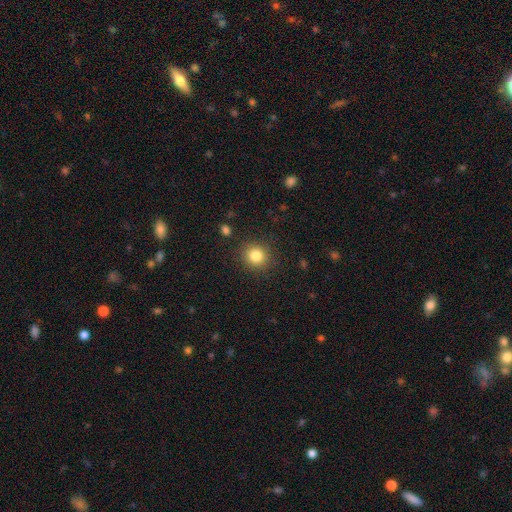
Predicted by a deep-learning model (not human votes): smooth 83%, star or artifact 11%, featured or disk 6%. Down the decision tree: how rounded — round (88%); merging — none (89%).